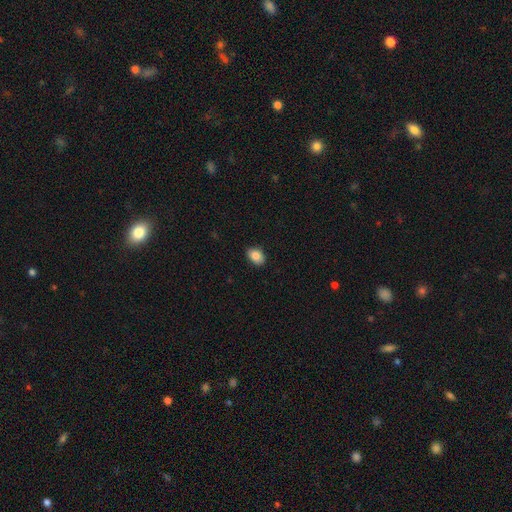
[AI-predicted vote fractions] Smooth or featured?
  - smooth: 86% *
  - star or artifact: 8%
  - featured or disk: 6%
How rounded?
  - in between: 77% *
  - round: 22%
  - cigar-shaped: 1%
Merging?
  - none: 88% *
  - minor disturbance: 9%
  - major disturbance: 2%
  - merger: 1%